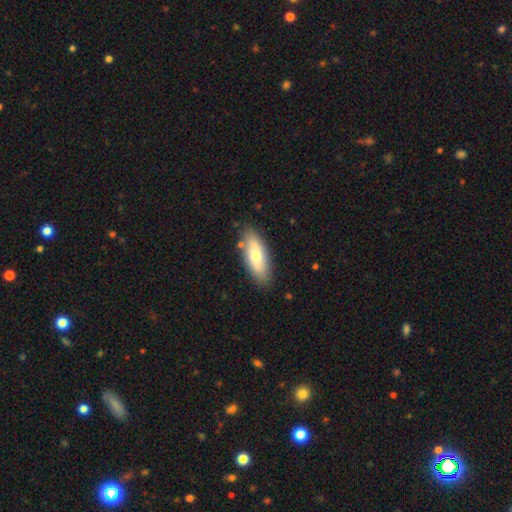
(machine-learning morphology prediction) smooth 65%, featured or disk 29%, star or artifact 6%. Down the decision tree: how rounded — in between (80%); merging — none (83%).